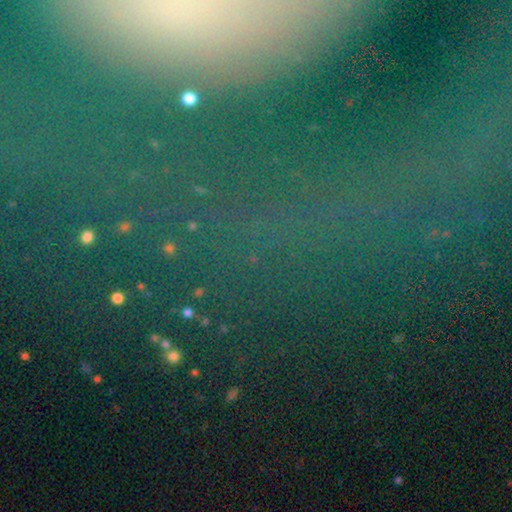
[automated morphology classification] Smooth or featured?
  - star or artifact: 66% *
  - smooth: 17%
  - featured or disk: 17%